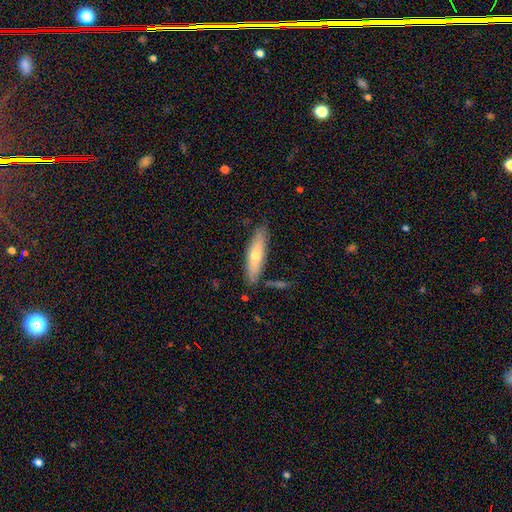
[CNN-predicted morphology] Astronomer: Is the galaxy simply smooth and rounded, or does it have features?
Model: smooth — 60%.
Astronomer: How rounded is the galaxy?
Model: cigar-shaped — 70%.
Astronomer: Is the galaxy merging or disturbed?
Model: none — 81%.